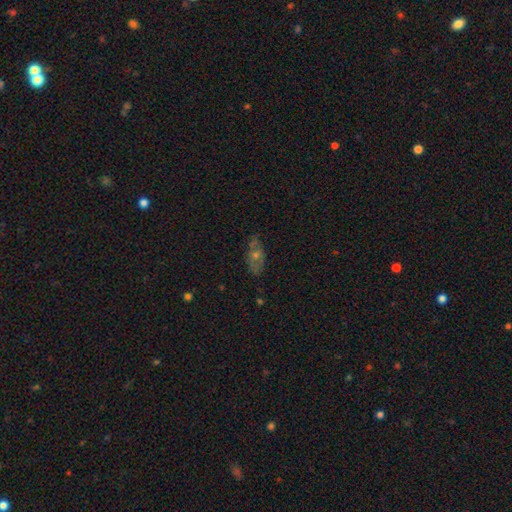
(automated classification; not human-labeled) smooth_or_featured: featured or disk (p=0.46) [alt: smooth p=0.40]
merging: none (p=0.70) [alt: minor disturbance p=0.22]